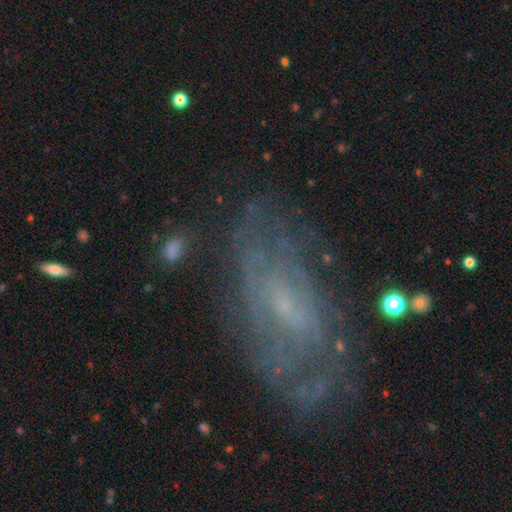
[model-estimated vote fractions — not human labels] featured or disk 72%, smooth 18%, star or artifact 11%. Down the decision tree: edge-on disk — no (93%); bar — no (49%); spiral arms — yes (73%); bulge size — small (69%); merging — none (68%).